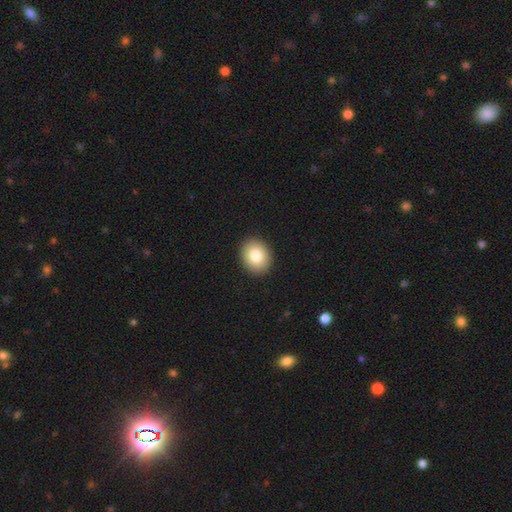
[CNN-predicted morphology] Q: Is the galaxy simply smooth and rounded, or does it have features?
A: smooth — 82%.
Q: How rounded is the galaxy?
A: round — 59%.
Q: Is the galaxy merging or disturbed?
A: none — 92%.